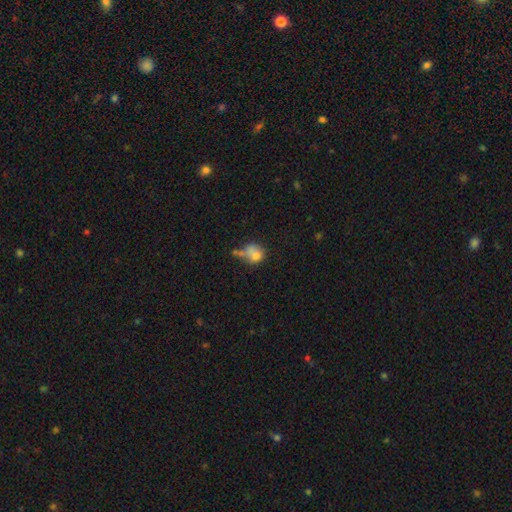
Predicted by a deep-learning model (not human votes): The model was most divided on "merging": merger: 30%, none: 27%, major disturbance: 24%, minor disturbance: 20%. More confident: smooth or featured — smooth (69%); how rounded — round (57%).